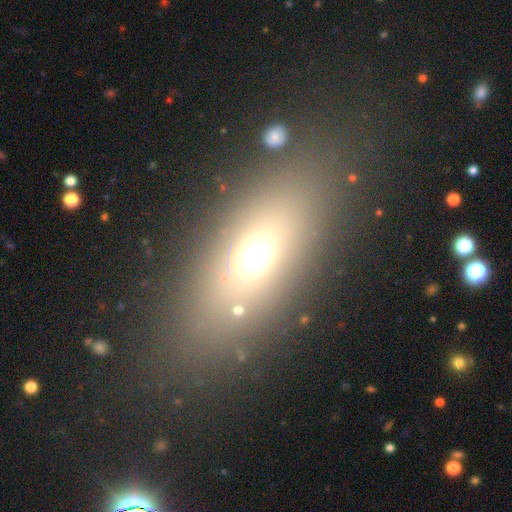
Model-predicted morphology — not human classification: The model was most divided on "smooth or featured": smooth: 62%, featured or disk: 20%, star or artifact: 19%. More confident: merging — none (80%); how rounded — in between (74%).